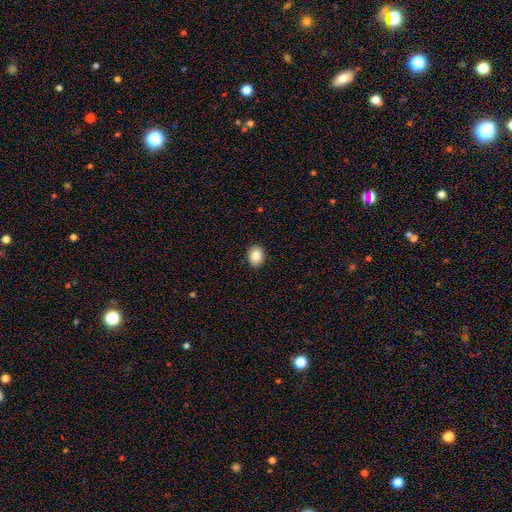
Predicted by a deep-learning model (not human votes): Smooth or featured? Predicted: smooth (p=0.86). How rounded? Predicted: in between (p=0.58). Merging? Predicted: none (p=0.90).